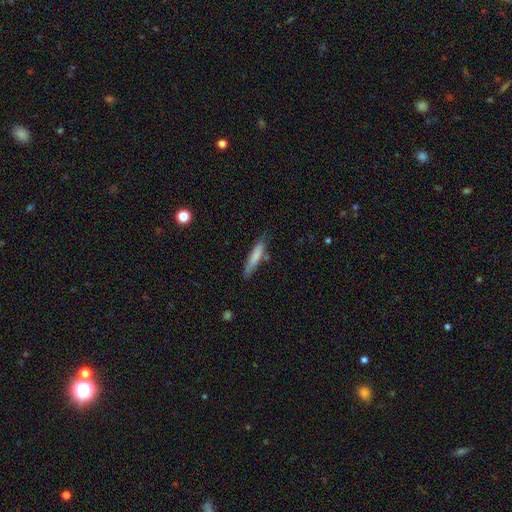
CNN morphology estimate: Q: Smooth or featured?
A: smooth (76%); runner-up: featured or disk (18%)
Q: How rounded?
A: cigar-shaped (85%); runner-up: in between (14%)
Q: Merging?
A: none (72%); runner-up: minor disturbance (20%)